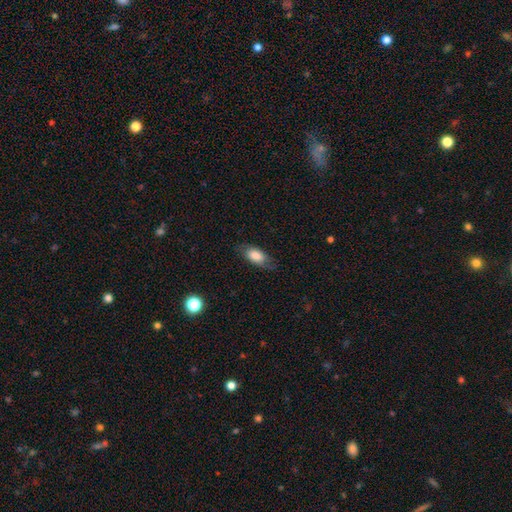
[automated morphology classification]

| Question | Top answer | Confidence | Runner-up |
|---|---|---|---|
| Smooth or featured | smooth | 76% | featured or disk (17%) |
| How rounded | in between | 84% | cigar-shaped (11%) |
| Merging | none | 75% | minor disturbance (18%) |